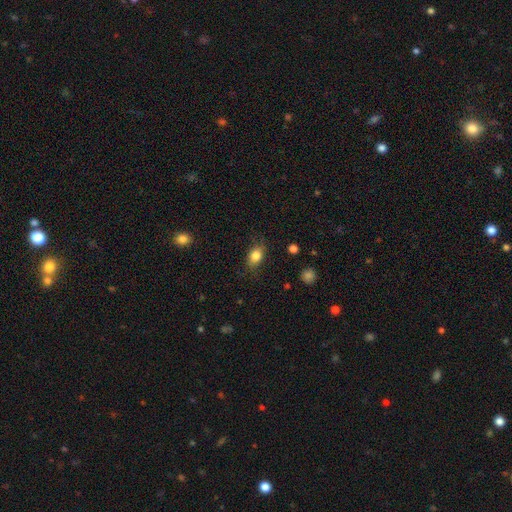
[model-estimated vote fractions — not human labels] A smooth galaxy with no disk features (83%) that is in between round and cigar-shaped (76%). Merging: none (77%).